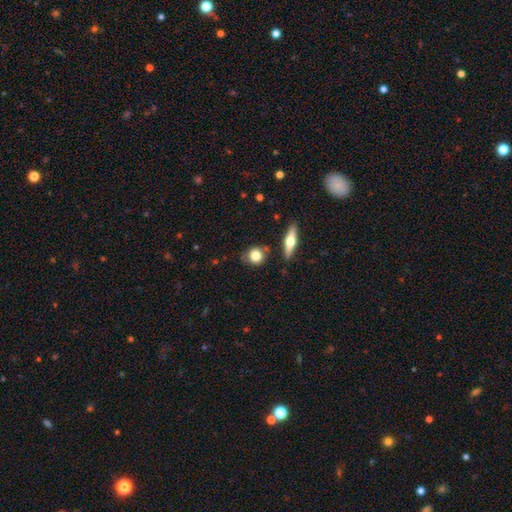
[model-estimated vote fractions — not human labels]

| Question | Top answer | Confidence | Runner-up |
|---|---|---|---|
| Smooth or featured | smooth | 78% | featured or disk (14%) |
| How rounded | round | 81% | in between (16%) |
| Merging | none | 77% | minor disturbance (13%) |